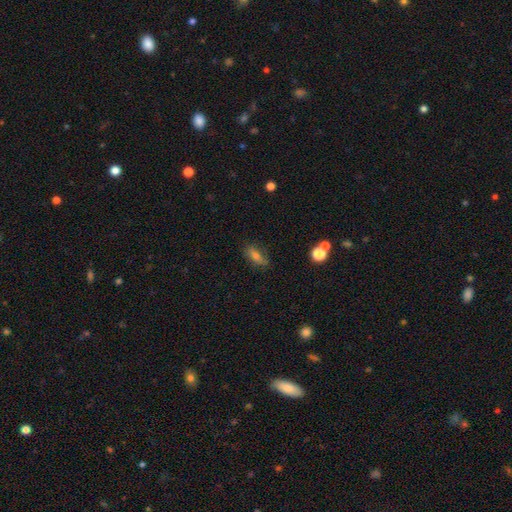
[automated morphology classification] Smooth or featured? Predicted: smooth (p=0.58). How rounded? Predicted: in between (p=0.69). Merging? Predicted: none (p=0.76).